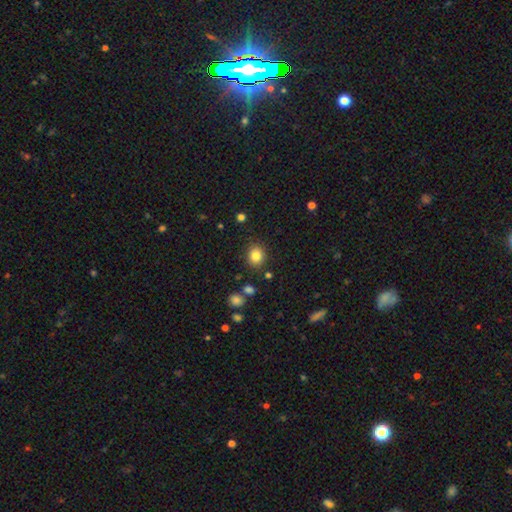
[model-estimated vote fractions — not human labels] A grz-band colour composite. It shows a smooth galaxy with no disk features (83%) that is round (69%). Merging: none (86%).